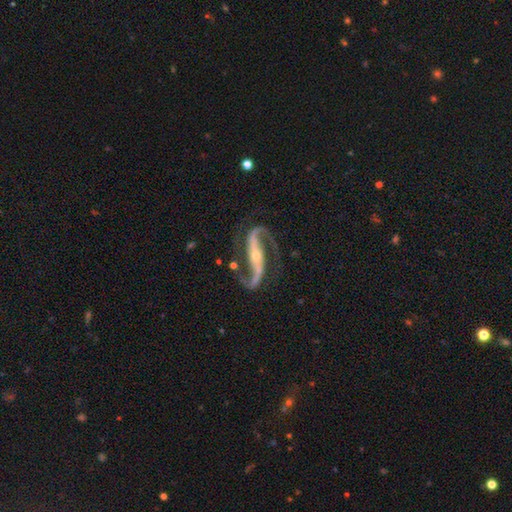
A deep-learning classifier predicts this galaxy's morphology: type=featured or disk (93%); edge-on=no (95%); bar=strong (63%); spiral arms=yes (98%); winding=loose (46%); arm count=2 (94%); bulge=small (67%); merging=none (78%).